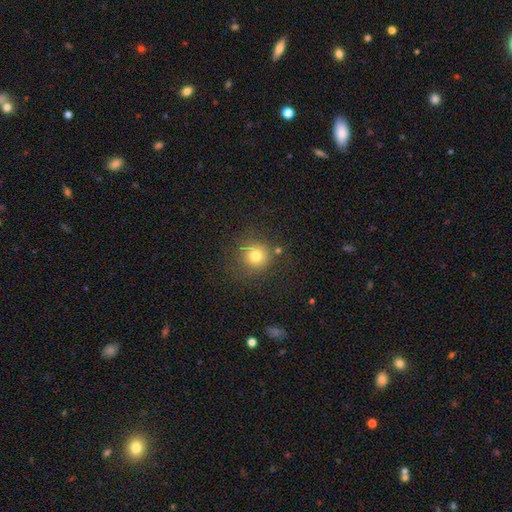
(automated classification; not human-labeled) A smooth galaxy with no disk features (76%) that is round (92%).

Vote fractions:
- Smooth or featured? smooth: 76% / star or artifact: 14% / featured or disk: 10%
- How rounded? round: 92% / in between: 7% / cigar-shaped: 1%
- Merging? none: 77% / minor disturbance: 13% / major disturbance: 6% / merger: 5%